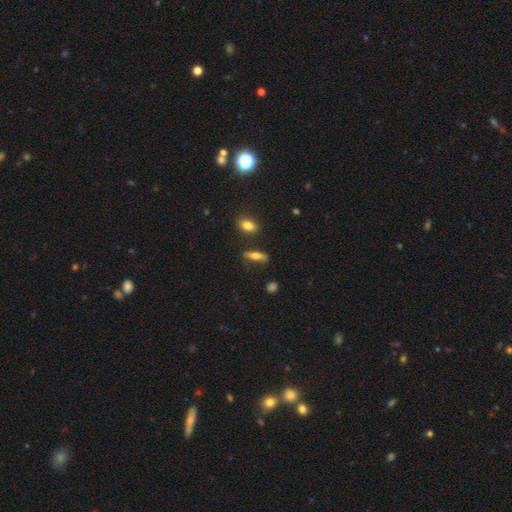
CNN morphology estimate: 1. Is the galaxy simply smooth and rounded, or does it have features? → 60% smooth, 30% featured or disk, 9% star or artifact.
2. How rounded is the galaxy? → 57% cigar-shaped, 39% in between, 4% round.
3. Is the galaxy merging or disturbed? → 74% none, 17% minor disturbance, 6% major disturbance, 4% merger.